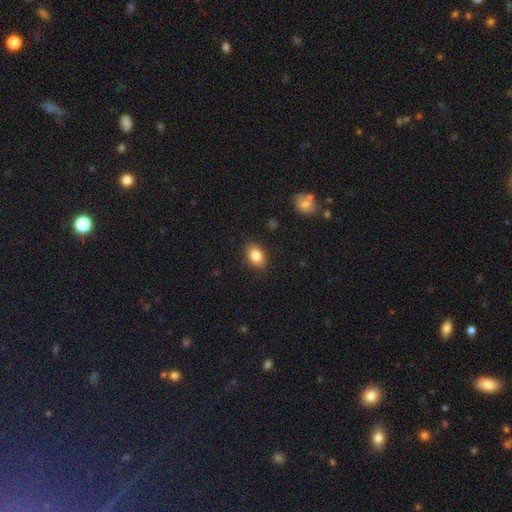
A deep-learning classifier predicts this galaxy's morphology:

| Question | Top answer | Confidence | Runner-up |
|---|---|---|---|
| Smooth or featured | smooth | 84% | star or artifact (8%) |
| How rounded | in between | 85% | round (13%) |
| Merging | none | 88% | minor disturbance (9%) |